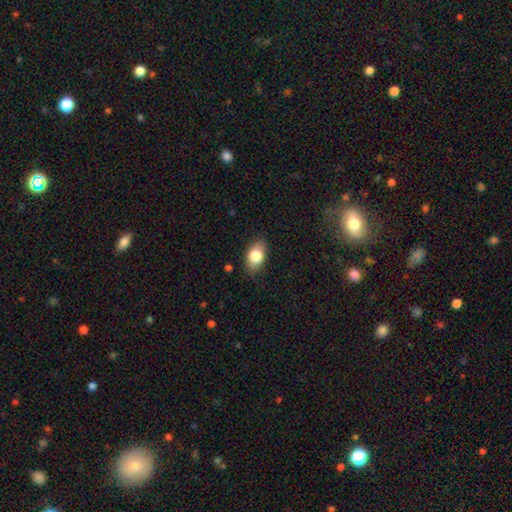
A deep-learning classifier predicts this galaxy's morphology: This is clearly a smooth galaxy (81%). How rounded: clearly in between (87%). Merging: clearly none (83%).